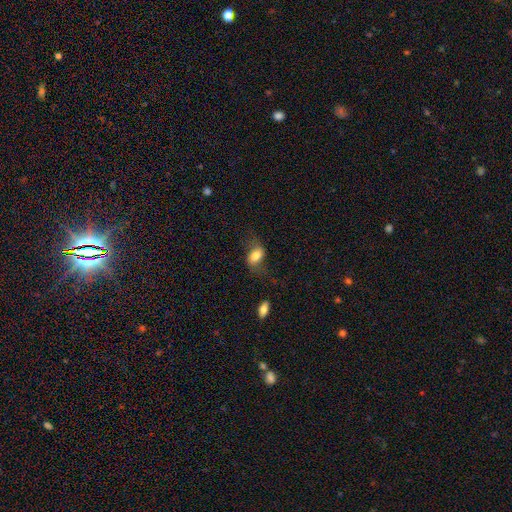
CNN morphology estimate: Smooth or featured? smooth (68%)
How rounded? in between (83%)
Merging? none (56%)